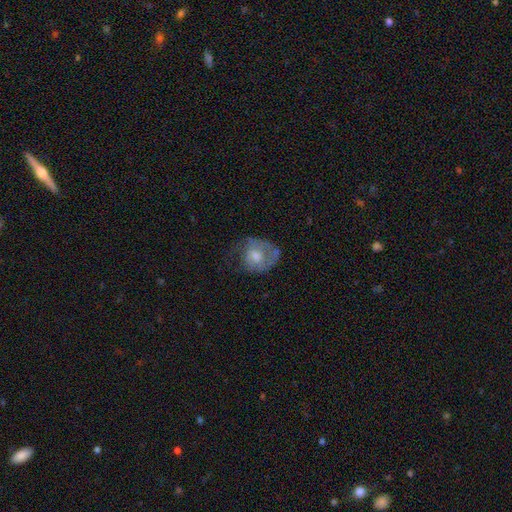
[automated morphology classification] featured or disk 47%, smooth 44%, star or artifact 9%. Down the decision tree: merging — none (39%).